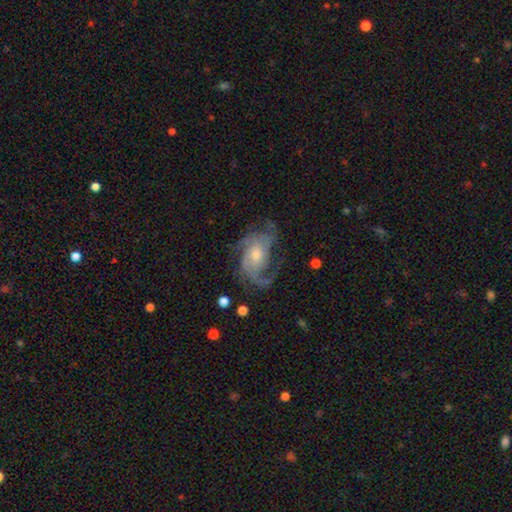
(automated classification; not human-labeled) Q: Smooth or featured?
A: featured or disk (77%); runner-up: star or artifact (12%)
Q: Edge-on disk?
A: no (97%); runner-up: yes (3%)
Q: Bar?
A: no (68%); runner-up: weak (26%)
Q: Spiral arms?
A: yes (94%); runner-up: no (6%)
Q: Spiral winding?
A: medium (47%); runner-up: tight (34%)
Q: Spiral arm count?
A: 3 (31%); runner-up: 2 (25%)
Q: Bulge size?
A: moderate (54%); runner-up: small (37%)
Q: Merging?
A: none (65%); runner-up: minor disturbance (18%)